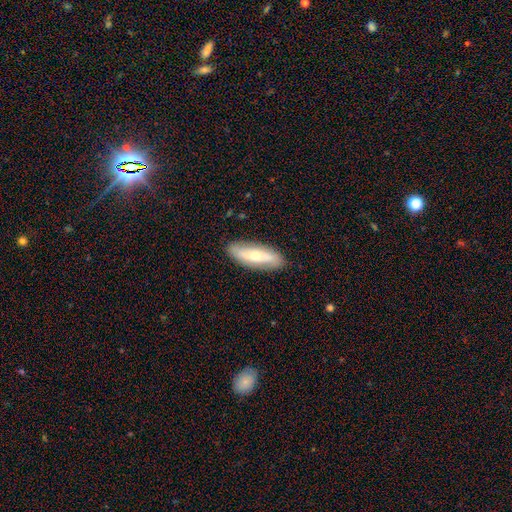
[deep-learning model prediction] A smooth galaxy with no disk features (48%). Merging: none (87%).